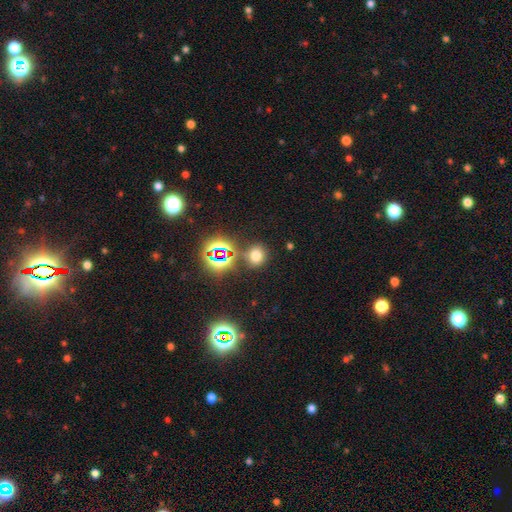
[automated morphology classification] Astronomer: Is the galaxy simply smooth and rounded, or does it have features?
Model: smooth — 62%.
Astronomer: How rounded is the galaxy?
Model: round — 76%.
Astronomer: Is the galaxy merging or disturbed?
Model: none — 78%.